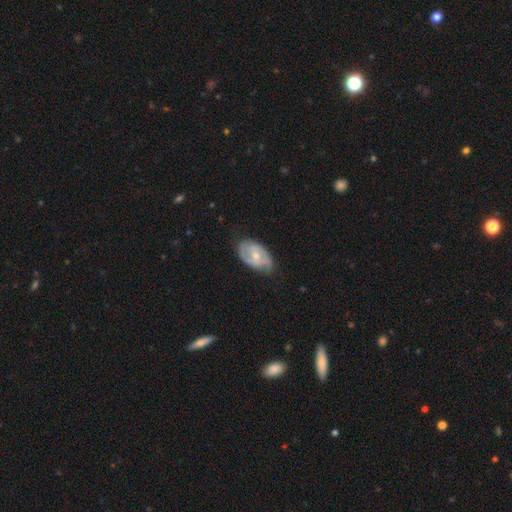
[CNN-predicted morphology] smooth-or-featured: featured or disk: 62% | smooth: 32% | star or artifact: 5%
  disk-edge-on: no: 95% | yes: 5%
    bar: no: 56% | weak: 36% | strong: 8%
    has-spiral-arms: yes: 76% | no: 24%
    bulge-size: moderate: 52% | small: 44% | large: 2% | none: 1% | dominant: 1%
  merging: none: 65% | minor disturbance: 27% | major disturbance: 6% | merger: 1%